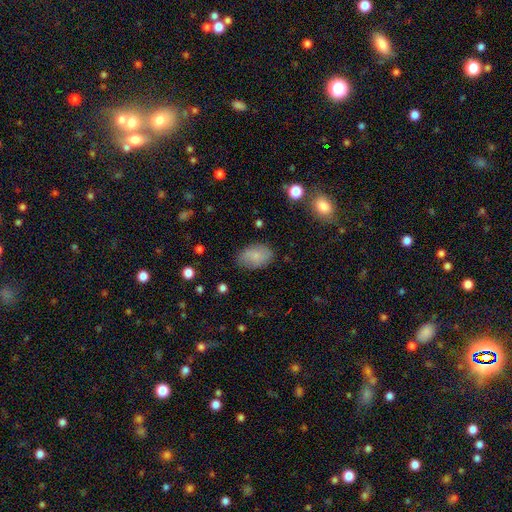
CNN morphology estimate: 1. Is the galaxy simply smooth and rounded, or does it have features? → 78% smooth, 14% featured or disk, 8% star or artifact.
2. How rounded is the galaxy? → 89% in between, 10% round, 1% cigar-shaped.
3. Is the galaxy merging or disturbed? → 79% none, 16% minor disturbance, 4% major disturbance, 1% merger.